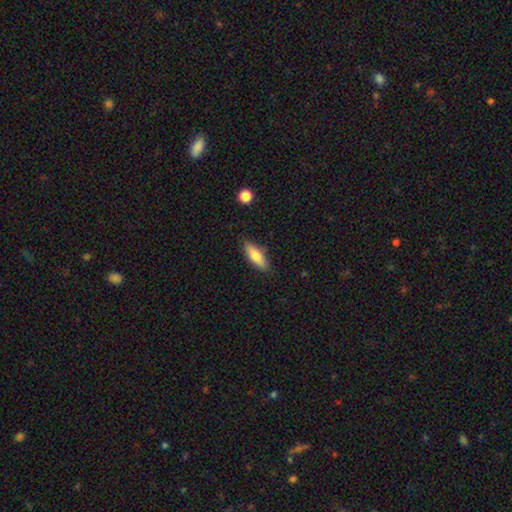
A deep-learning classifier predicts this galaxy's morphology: smooth-or-featured: smooth: 72% | featured or disk: 21% | star or artifact: 6%
  how-rounded: in between: 49% | cigar-shaped: 48% | round: 2%
  merging: none: 86% | minor disturbance: 10% | major disturbance: 2% | merger: 1%